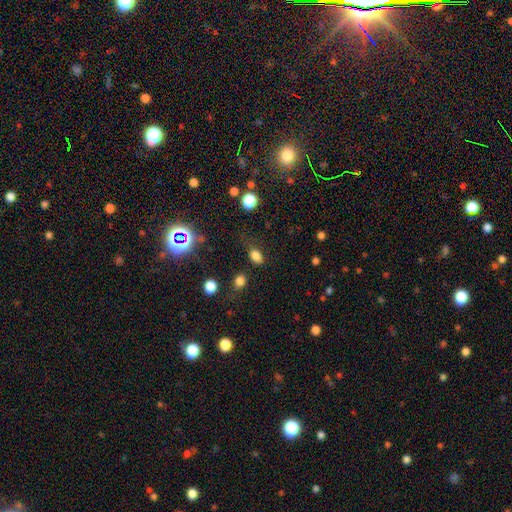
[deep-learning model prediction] Q: Smooth or featured?
A: smooth (79%); runner-up: star or artifact (15%)
Q: How rounded?
A: in between (78%); runner-up: round (20%)
Q: Merging?
A: none (69%); runner-up: minor disturbance (19%)